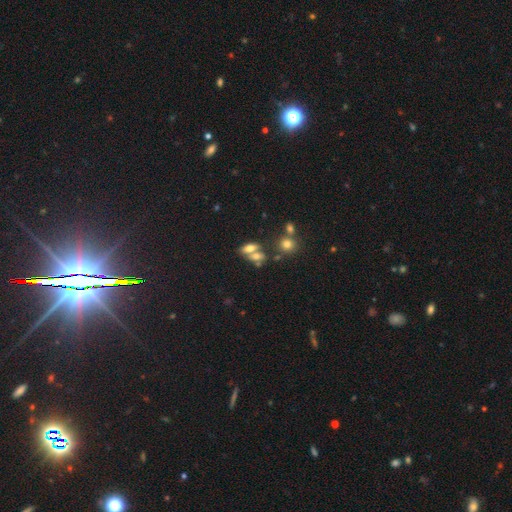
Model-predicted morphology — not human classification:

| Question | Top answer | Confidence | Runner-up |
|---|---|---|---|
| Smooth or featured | smooth | 61% | featured or disk (24%) |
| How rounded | in between | 76% | round (14%) |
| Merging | merger | 46% | none (37%) |